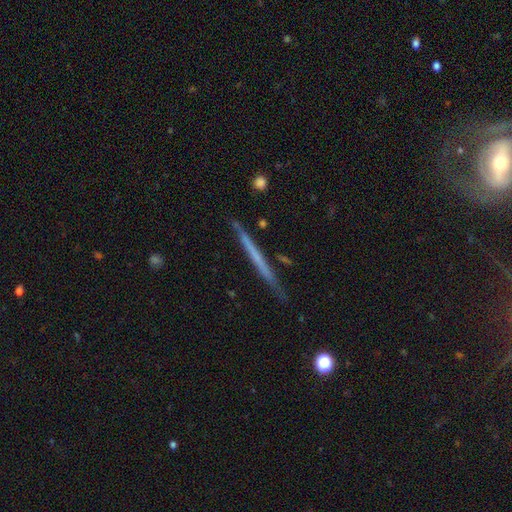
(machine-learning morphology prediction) smooth_or_featured: featured or disk (p=0.53) [alt: smooth p=0.41]
disk_edge_on: yes (p=0.97) [alt: no p=0.03]
edge_on_bulge: none (p=0.92) [alt: rounded p=0.05]
merging: none (p=0.88) [alt: minor disturbance p=0.09]